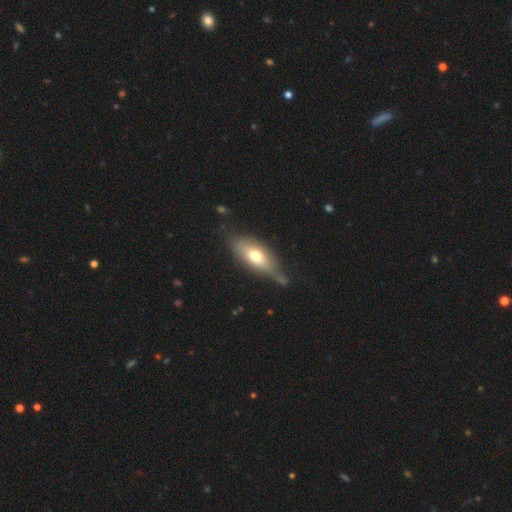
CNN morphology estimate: smooth 62%, featured or disk 31%, star or artifact 7%. Down the decision tree: how rounded — in between (80%); merging — none (52%).